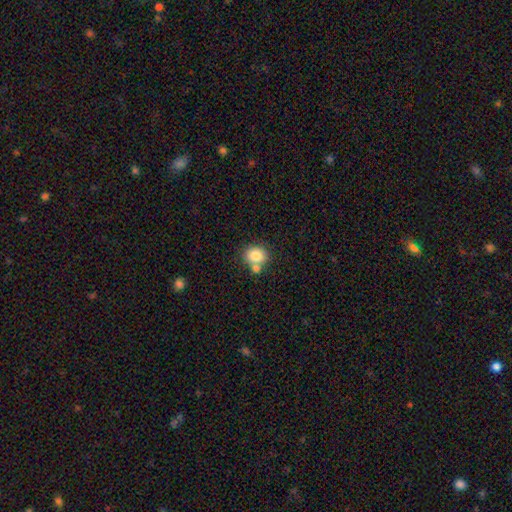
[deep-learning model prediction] Smooth or featured? Predicted: smooth (p=0.81). How rounded? Predicted: round (p=0.73). Merging? Predicted: none (p=0.56).